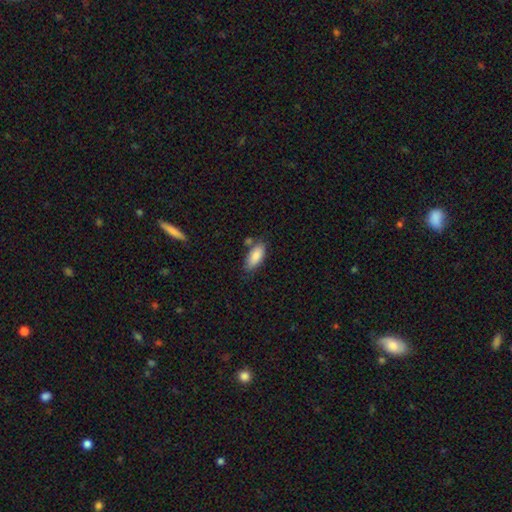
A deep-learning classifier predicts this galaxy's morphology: Overall: smooth (86%). How rounded: in between (86%). Merging: none (67%).